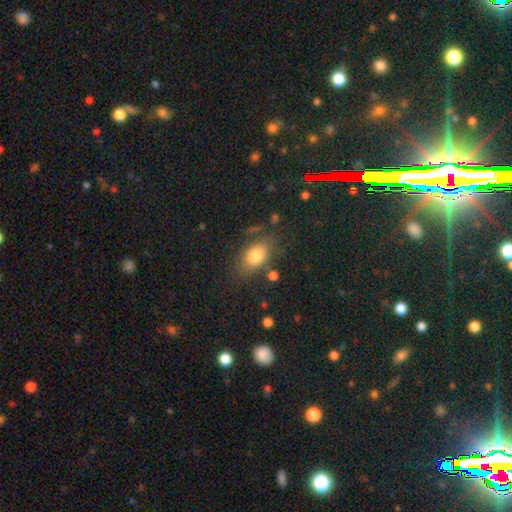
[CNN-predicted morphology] type=smooth (78%); roundness=in between (81%); merging=none (73%).